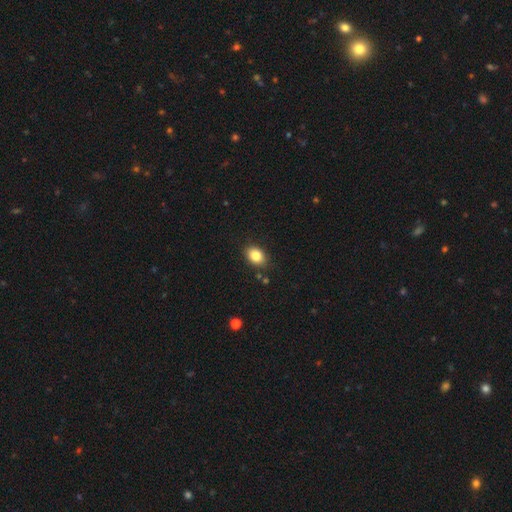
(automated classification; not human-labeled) A smooth galaxy with no disk features (84%) that is in between round and cigar-shaped (75%).

Vote fractions:
- Smooth or featured? smooth: 84% / star or artifact: 9% / featured or disk: 7%
- How rounded? in between: 75% / round: 24% / cigar-shaped: 1%
- Merging? none: 85% / minor disturbance: 10% / major disturbance: 2% / merger: 2%